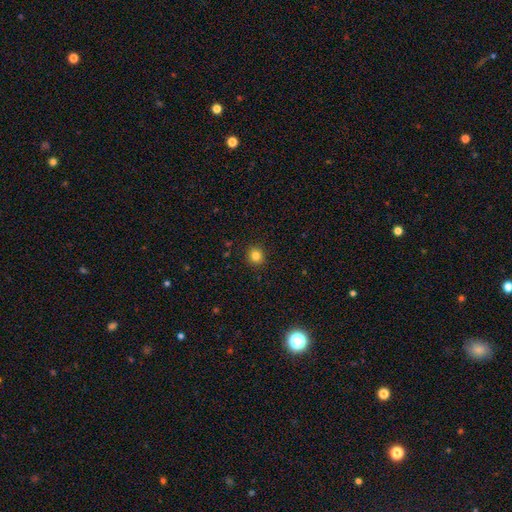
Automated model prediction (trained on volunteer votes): Overall: smooth (83%). How rounded: round (88%). Merging: none (92%).